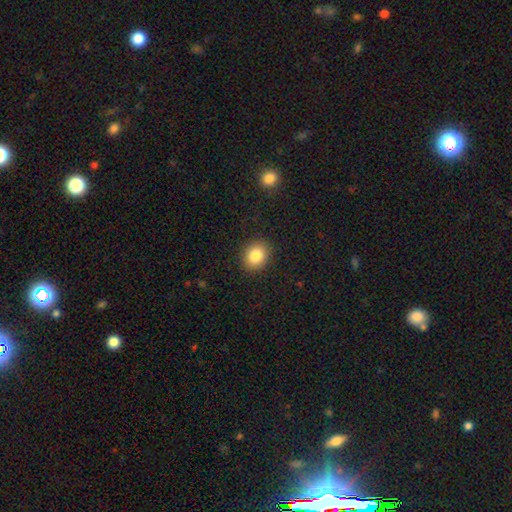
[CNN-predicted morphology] This appears to be a smooth galaxy with no disk features (83%) that is round (60%). Merging: none (89%).